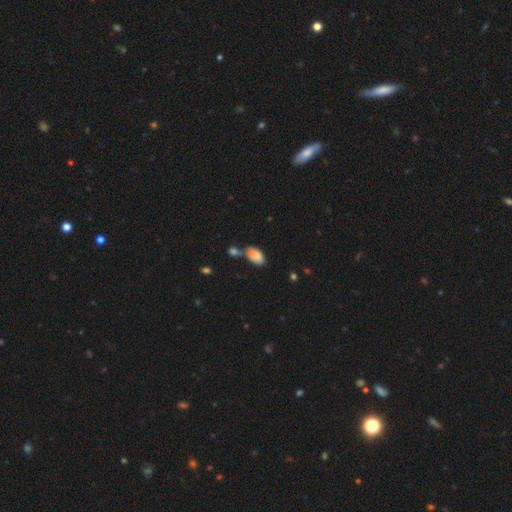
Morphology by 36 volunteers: smooth_or_featured: smooth (p=0.97) [alt: star or artifact p=0.03]
how_rounded: in between (p=0.97) [alt: round p=0.03]
merging: none (p=0.49) [alt: merger p=0.40]